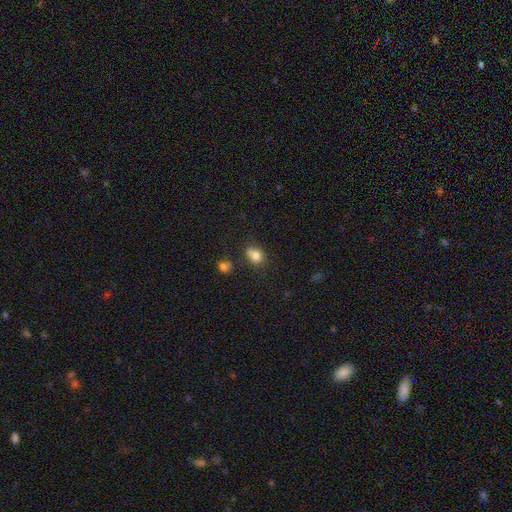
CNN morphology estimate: Smooth or featured? smooth (78%)
How rounded? round (62%)
Merging? none (49%)